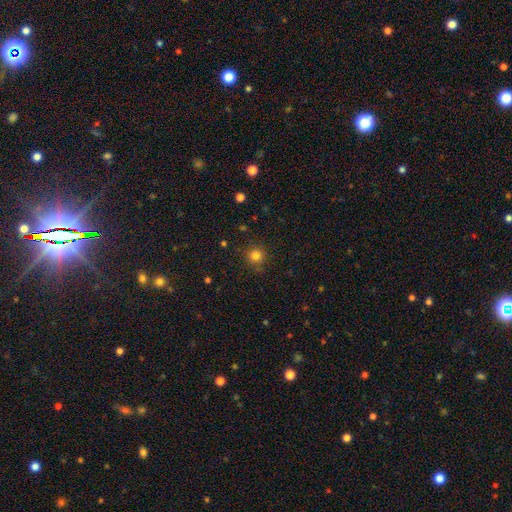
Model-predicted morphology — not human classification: Smooth or featured? Predicted: smooth (p=0.81). How rounded? Predicted: round (p=0.93). Merging? Predicted: none (p=0.87).